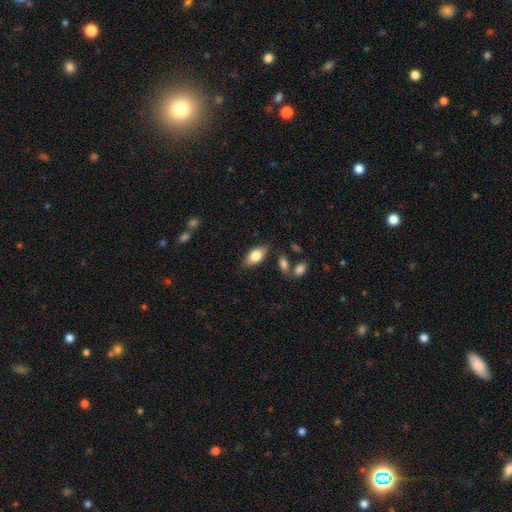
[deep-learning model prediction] smooth-or-featured: smooth: 78% | featured or disk: 15% | star or artifact: 7%
  how-rounded: in between: 89% | cigar-shaped: 6% | round: 4%
  merging: none: 79% | minor disturbance: 14% | merger: 4% | major disturbance: 3%